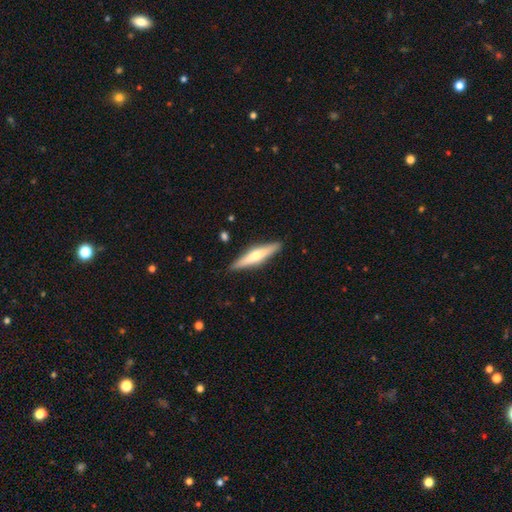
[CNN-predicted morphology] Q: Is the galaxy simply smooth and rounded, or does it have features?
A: featured or disk — 54%.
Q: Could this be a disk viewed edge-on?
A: yes — 95%.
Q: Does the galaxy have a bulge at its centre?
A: rounded — 86%.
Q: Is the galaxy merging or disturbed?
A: none — 90%.